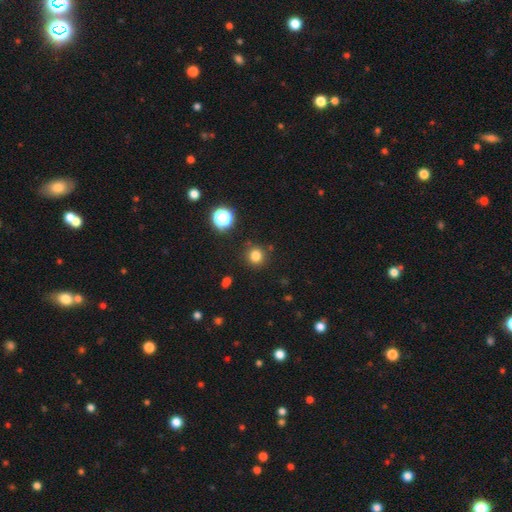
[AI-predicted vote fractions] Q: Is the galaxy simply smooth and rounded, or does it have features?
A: smooth — 80%.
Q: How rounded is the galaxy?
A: round — 90%.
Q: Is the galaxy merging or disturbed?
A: none — 86%.